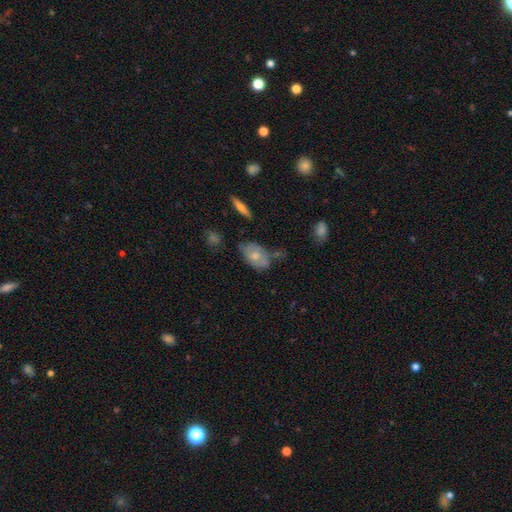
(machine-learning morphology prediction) smooth 58%, featured or disk 35%, star or artifact 7%. Down the decision tree: how rounded — in between (89%); merging — none (48%).